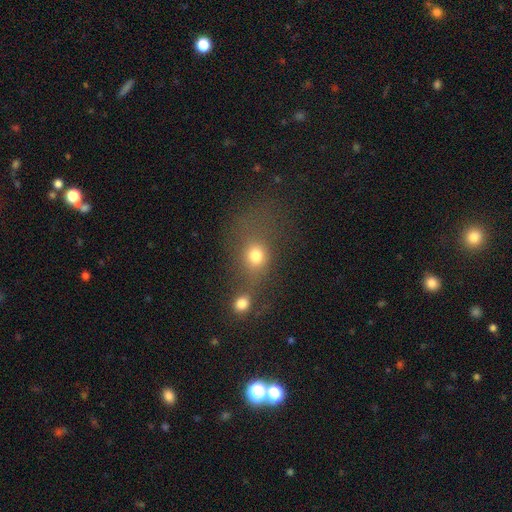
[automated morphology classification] Smooth or featured?
  - smooth: 73% *
  - star or artifact: 15%
  - featured or disk: 12%
How rounded?
  - round: 57% *
  - in between: 40%
  - cigar-shaped: 3%
Merging?
  - merger: 47% *
  - none: 31%
  - major disturbance: 12%
  - minor disturbance: 10%